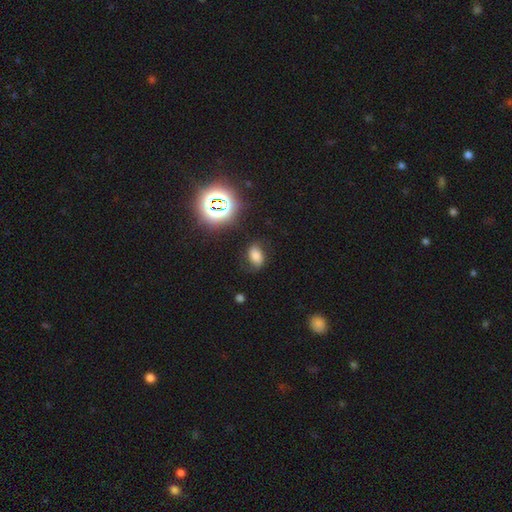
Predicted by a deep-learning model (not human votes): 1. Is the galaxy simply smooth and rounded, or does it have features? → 62% smooth, 21% star or artifact, 17% featured or disk.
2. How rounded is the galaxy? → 81% in between, 17% round, 1% cigar-shaped.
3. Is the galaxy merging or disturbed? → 72% none, 18% minor disturbance, 8% major disturbance, 2% merger.